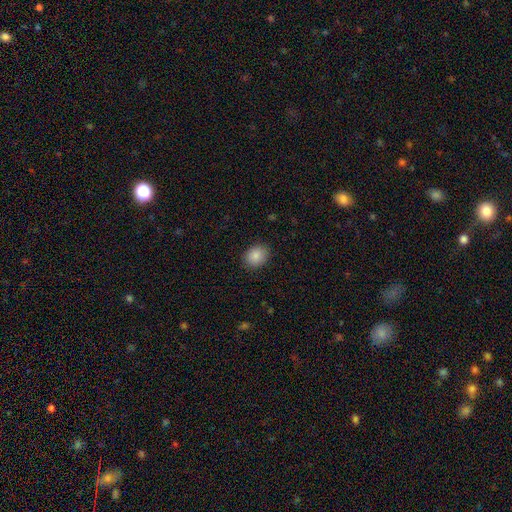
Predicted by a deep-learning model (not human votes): Smooth or featured: smooth — 87% (star or artifact — 8%)
How rounded: in between — 52% (round — 47%)
Merging: none — 88% (minor disturbance — 9%)